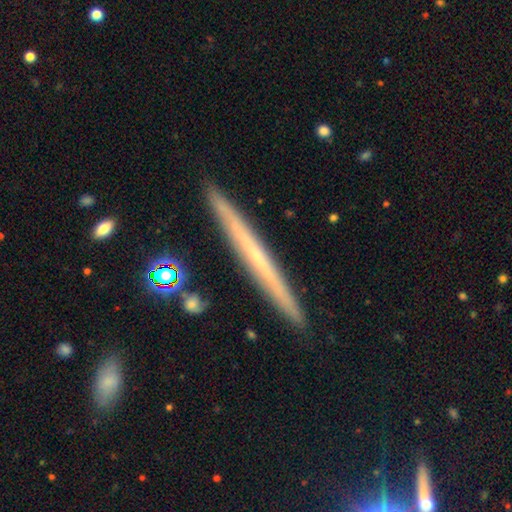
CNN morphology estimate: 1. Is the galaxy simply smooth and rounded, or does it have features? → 59% featured or disk, 33% smooth, 7% star or artifact.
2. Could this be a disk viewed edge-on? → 96% yes, 4% no.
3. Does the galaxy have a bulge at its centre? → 80% none, 17% rounded, 3% boxy.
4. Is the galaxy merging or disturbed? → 92% none, 6% minor disturbance, 1% merger, 1% major disturbance.